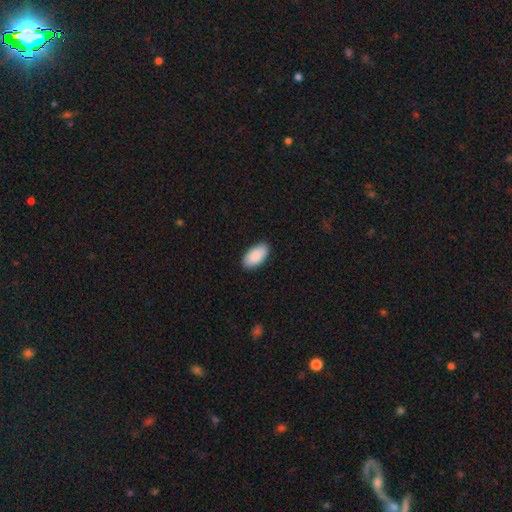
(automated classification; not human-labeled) Smooth or featured?
  - smooth: 91% *
  - star or artifact: 5%
  - featured or disk: 4%
How rounded?
  - in between: 96% *
  - cigar-shaped: 2%
  - round: 2%
Merging?
  - none: 88% *
  - minor disturbance: 9%
  - major disturbance: 2%
  - merger: 1%